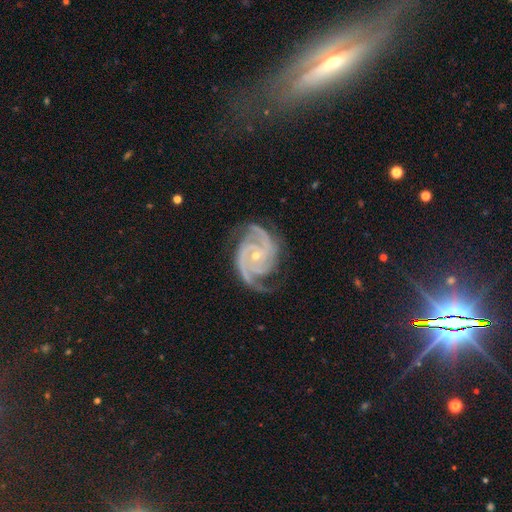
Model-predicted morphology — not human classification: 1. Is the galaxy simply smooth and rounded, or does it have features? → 93% featured or disk, 5% star or artifact, 3% smooth.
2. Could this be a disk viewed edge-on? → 98% no, 2% yes.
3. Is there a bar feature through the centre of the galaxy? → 69% no, 22% weak, 9% strong.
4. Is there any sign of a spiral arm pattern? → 99% yes, 1% no.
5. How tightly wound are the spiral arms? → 51% tight, 43% medium, 6% loose.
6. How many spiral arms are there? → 40% 2, 39% 3, 7% 4, 6% can't tell, 4% more than 4, 4% 1.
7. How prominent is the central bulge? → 71% small, 26% moderate, 1% none, 1% large, 1% dominant.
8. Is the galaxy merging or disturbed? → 73% none, 18% minor disturbance, 7% major disturbance, 1% merger.